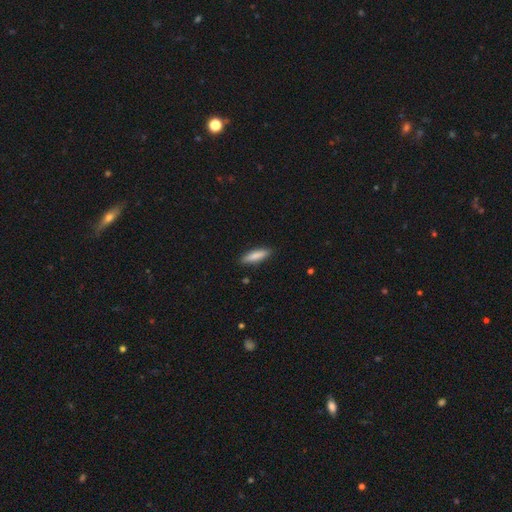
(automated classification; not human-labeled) Q: Smooth or featured?
A: smooth (84%); runner-up: featured or disk (11%)
Q: How rounded?
A: cigar-shaped (71%); runner-up: in between (27%)
Q: Merging?
A: none (89%); runner-up: minor disturbance (8%)